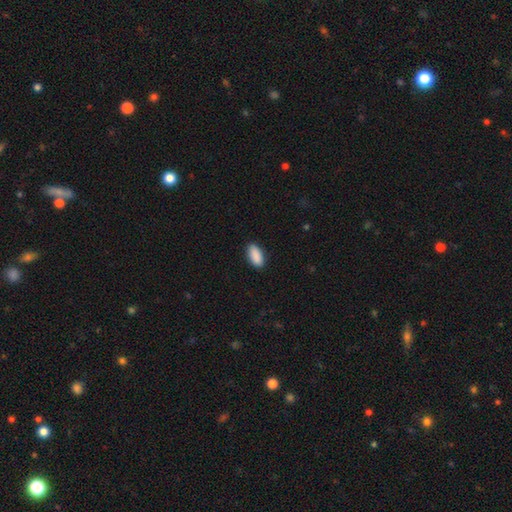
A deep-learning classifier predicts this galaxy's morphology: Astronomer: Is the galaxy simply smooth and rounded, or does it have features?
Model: smooth — 91%.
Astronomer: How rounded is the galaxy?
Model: in between — 90%.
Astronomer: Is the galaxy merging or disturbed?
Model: none — 89%.